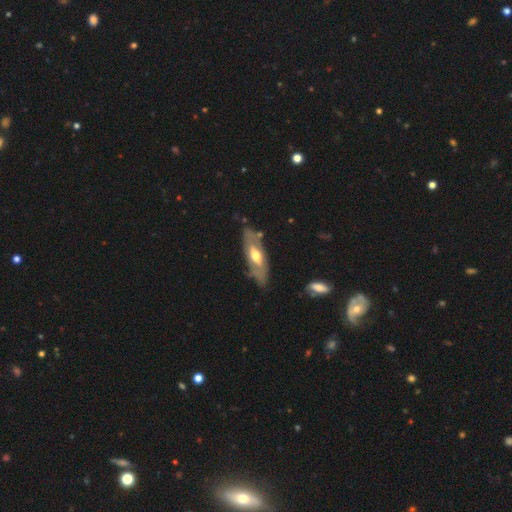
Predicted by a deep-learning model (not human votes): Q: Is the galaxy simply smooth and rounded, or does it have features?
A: featured or disk — 64%.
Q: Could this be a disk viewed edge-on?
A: no — 72%.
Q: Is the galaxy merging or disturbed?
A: none — 73%.